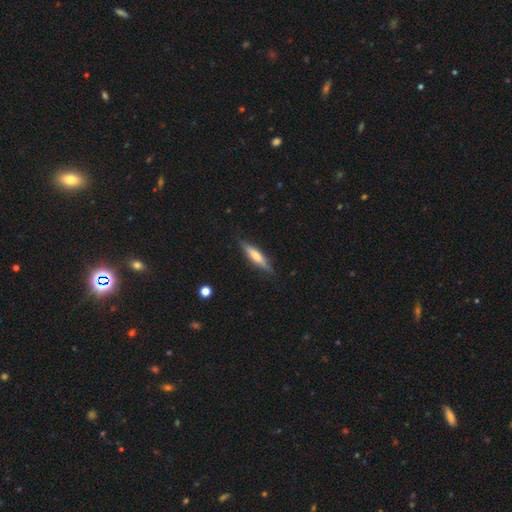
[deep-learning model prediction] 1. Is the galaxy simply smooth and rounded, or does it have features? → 51% smooth, 43% featured or disk, 6% star or artifact.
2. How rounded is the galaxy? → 81% cigar-shaped, 17% in between, 2% round.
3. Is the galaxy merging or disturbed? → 86% none, 11% minor disturbance, 2% major disturbance, 1% merger.